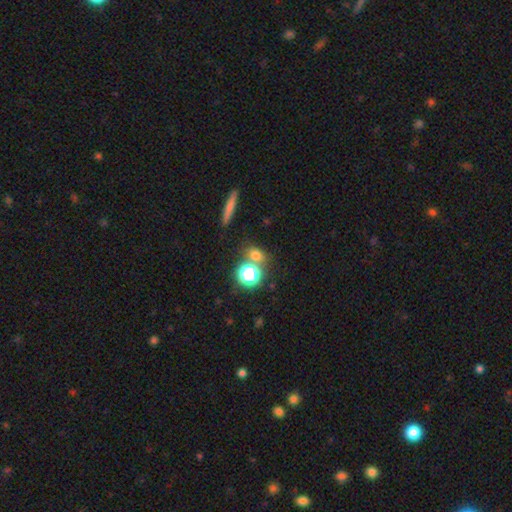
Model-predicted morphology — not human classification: The model was most divided on "how rounded": round: 58%, in between: 37%, cigar-shaped: 5%. More confident: merging — none (68%); smooth or featured — smooth (68%).